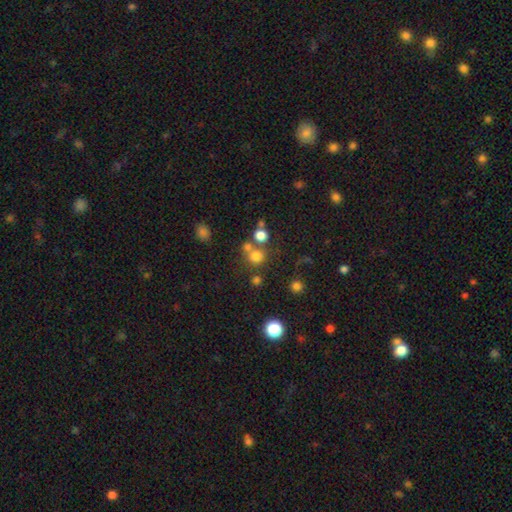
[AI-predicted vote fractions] The model was most divided on "merging": none: 64%, merger: 25%, minor disturbance: 8%, major disturbance: 4%. More confident: how rounded — round (91%); smooth or featured — smooth (72%).